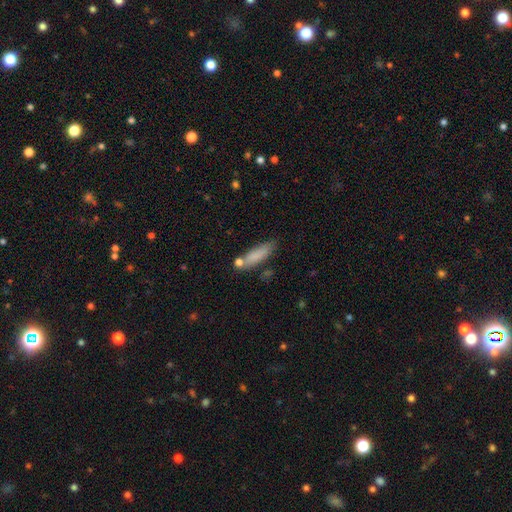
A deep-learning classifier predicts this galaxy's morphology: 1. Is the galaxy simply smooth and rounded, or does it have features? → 82% smooth, 11% featured or disk, 8% star or artifact.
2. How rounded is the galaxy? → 62% cigar-shaped, 36% in between, 2% round.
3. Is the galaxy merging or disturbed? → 69% none, 17% minor disturbance, 9% merger, 4% major disturbance.